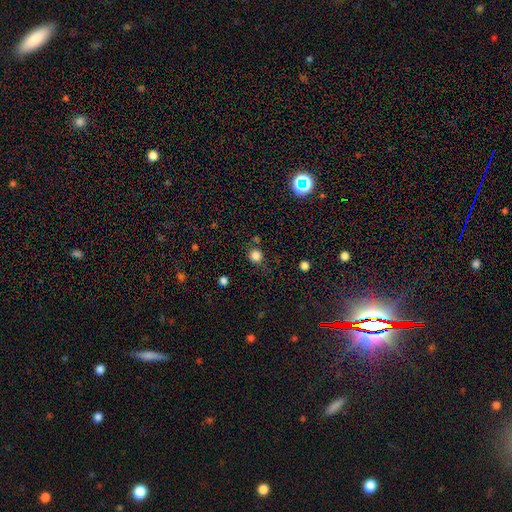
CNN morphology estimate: smooth-or-featured: smooth: 81% | star or artifact: 14% | featured or disk: 5%
  how-rounded: round: 90% | in between: 9% | cigar-shaped: 1%
  merging: none: 76% | minor disturbance: 13% | merger: 5% | major disturbance: 5%